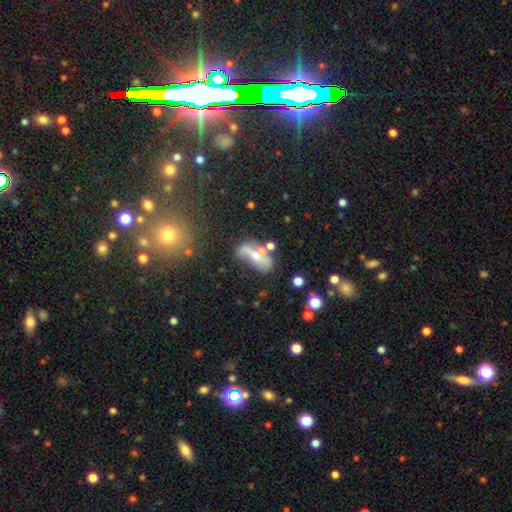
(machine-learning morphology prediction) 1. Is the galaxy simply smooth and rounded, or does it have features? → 52% featured or disk, 36% smooth, 12% star or artifact.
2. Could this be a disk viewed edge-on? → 84% no, 16% yes.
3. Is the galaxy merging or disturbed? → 36% none, 26% merger, 21% minor disturbance, 17% major disturbance.